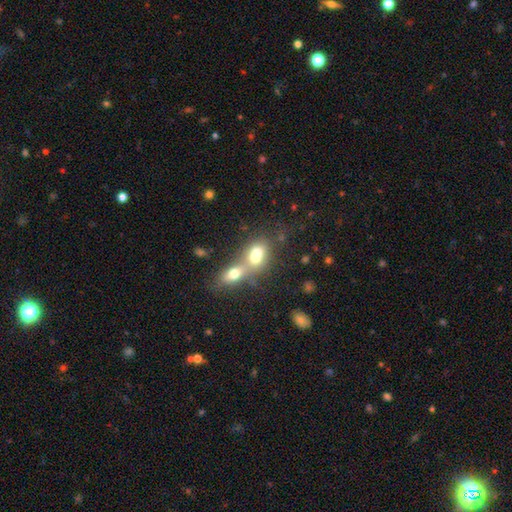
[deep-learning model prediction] Q: Smooth or featured?
A: smooth (68%); runner-up: featured or disk (21%)
Q: How rounded?
A: in between (60%); runner-up: round (37%)
Q: Merging?
A: merger (74%); runner-up: none (17%)